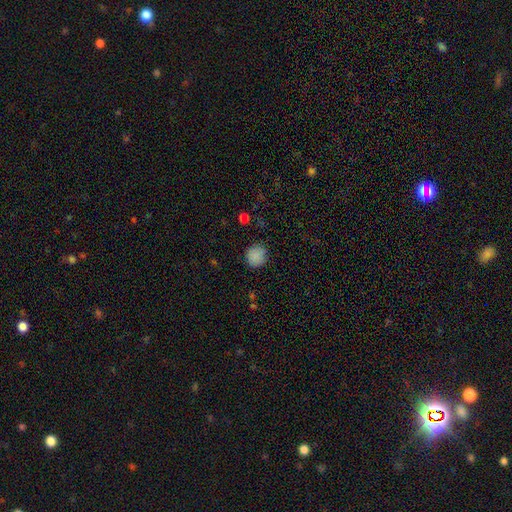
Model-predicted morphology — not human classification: Q: Smooth or featured?
A: smooth (87%); runner-up: star or artifact (10%)
Q: How rounded?
A: round (90%); runner-up: in between (9%)
Q: Merging?
A: none (84%); runner-up: minor disturbance (12%)